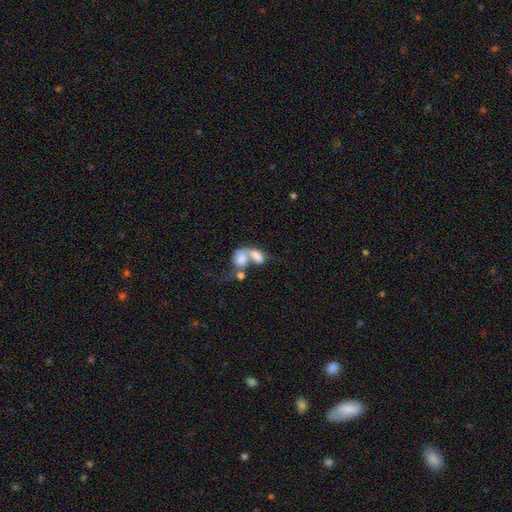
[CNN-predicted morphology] A smooth galaxy with no disk features (68%) that is in between round and cigar-shaped (80%). Merging: merger (74%).